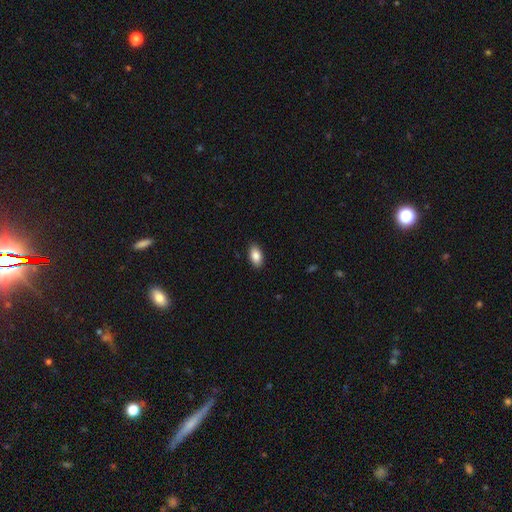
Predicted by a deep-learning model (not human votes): Overall: smooth (87%). How rounded: in between (93%). Merging: none (89%).